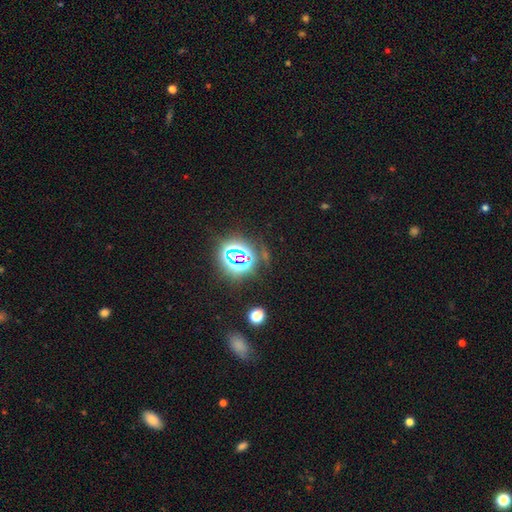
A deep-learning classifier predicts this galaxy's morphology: This appears to be a star or artifact, not a galaxy (75%).